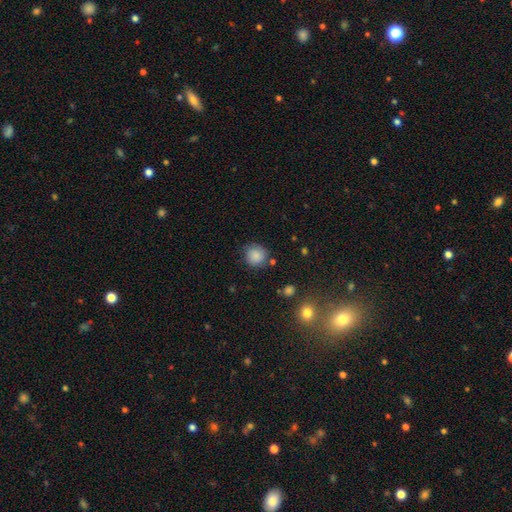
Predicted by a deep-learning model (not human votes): smooth 86%, star or artifact 9%, featured or disk 5%. Down the decision tree: how rounded — round (90%); merging — none (80%).